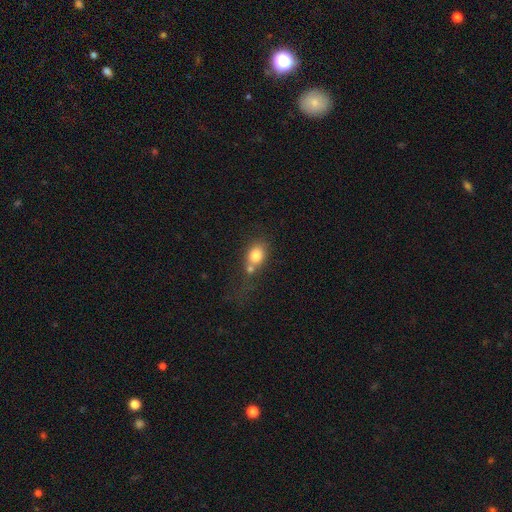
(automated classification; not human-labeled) A smooth galaxy with no disk features (78%) that is in between round and cigar-shaped (54%).

Vote fractions:
- Smooth or featured? smooth: 78% / featured or disk: 12% / star or artifact: 10%
- How rounded? in between: 54% / round: 44% / cigar-shaped: 2%
- Merging? merger: 39% (tied) / none: 39% (tied) / minor disturbance: 14% / major disturbance: 8%